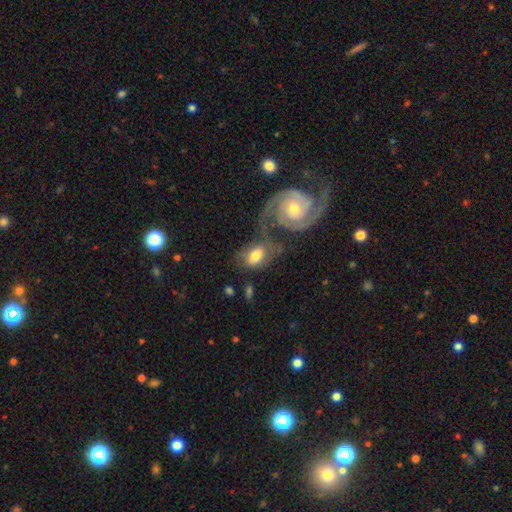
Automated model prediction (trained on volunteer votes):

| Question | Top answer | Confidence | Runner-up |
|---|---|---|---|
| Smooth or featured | smooth | 47% | featured or disk (46%) |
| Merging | merger | 44% | none (29%) |